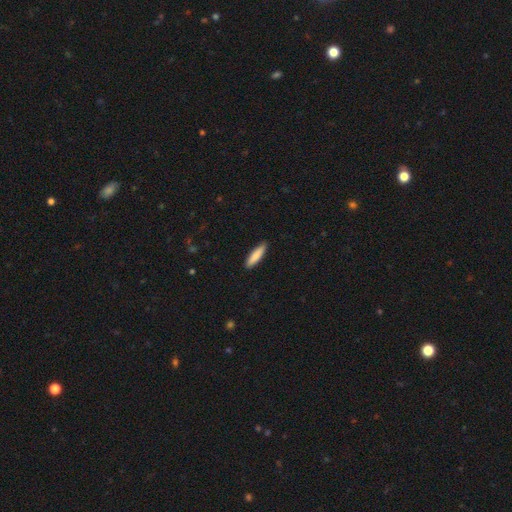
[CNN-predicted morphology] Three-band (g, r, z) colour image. It shows a smooth galaxy with no disk features (85%) that is cigar-shaped (76%). Merging: none (90%).